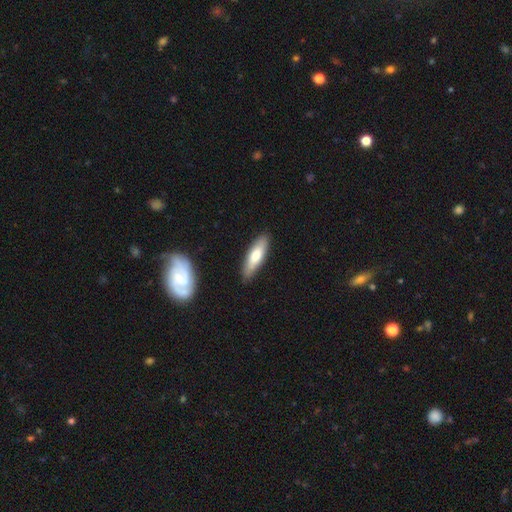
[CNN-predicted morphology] smooth-or-featured: smooth: 67% | featured or disk: 28% | star or artifact: 6%
  how-rounded: cigar-shaped: 57% | in between: 42% | round: 2%
  merging: none: 86% | minor disturbance: 11% | major disturbance: 2% | merger: 2%